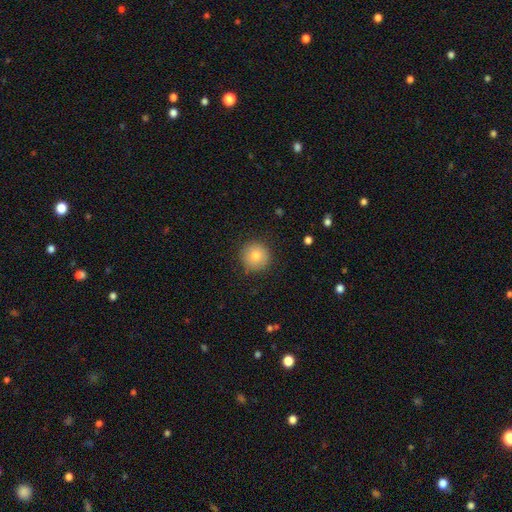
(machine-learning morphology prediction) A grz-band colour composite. It shows a smooth galaxy with no disk features (80%) that is round (95%). Merging: none (89%).